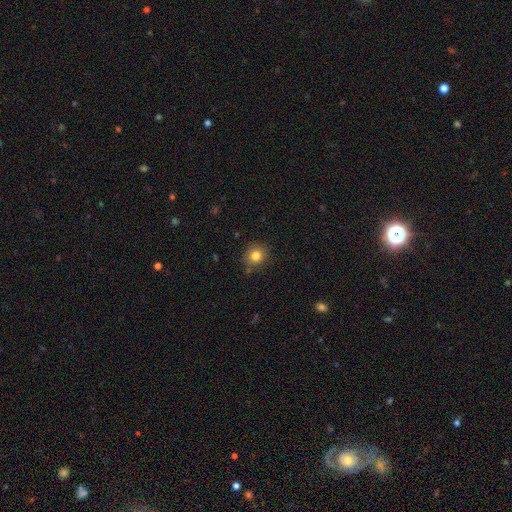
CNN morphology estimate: Overall: smooth (81%). How rounded: round (87%). Merging: none (84%).